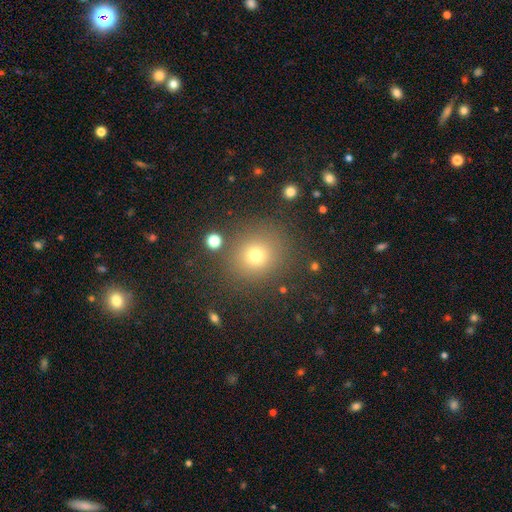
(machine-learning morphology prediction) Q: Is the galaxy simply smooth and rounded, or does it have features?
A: smooth — 71%.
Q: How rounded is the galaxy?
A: round — 85%.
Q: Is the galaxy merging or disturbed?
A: none — 85%.